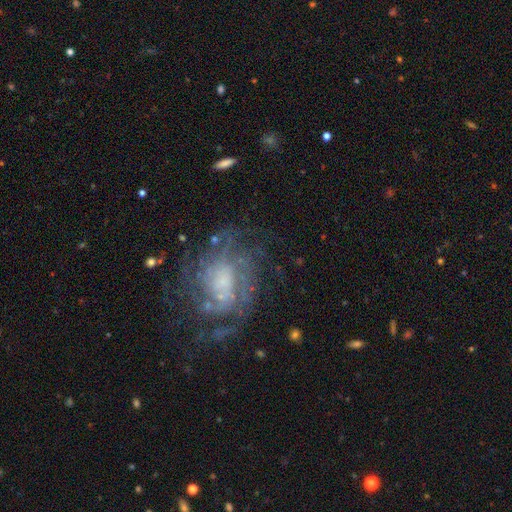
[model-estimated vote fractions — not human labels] smooth_or_featured: featured or disk (p=0.72) [alt: smooth p=0.14]
disk_edge_on: no (p=0.96) [alt: yes p=0.04]
bar: no (p=0.58) [alt: weak p=0.34]
has_spiral_arms: yes (p=0.84) [alt: no p=0.16]
spiral_winding: tight (p=0.51) [alt: medium p=0.35]
spiral_arm_count: can't tell (p=0.51) [alt: 2 p=0.16]
bulge_size: small (p=0.37) [alt: moderate p=0.33]
merging: none (p=0.65) [alt: minor disturbance p=0.17]